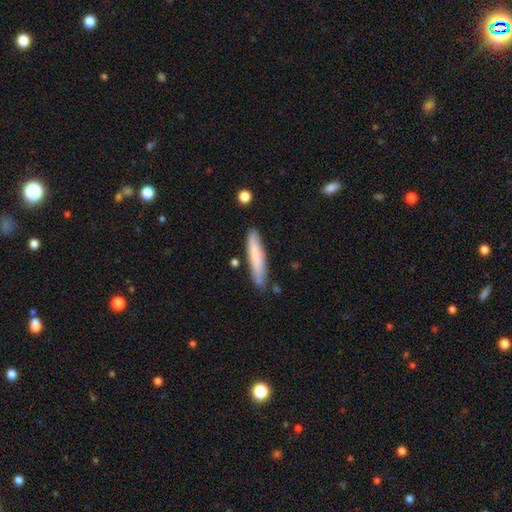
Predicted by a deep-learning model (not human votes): Q: Smooth or featured?
A: smooth (73%); runner-up: featured or disk (21%)
Q: How rounded?
A: cigar-shaped (90%); runner-up: in between (9%)
Q: Merging?
A: none (79%); runner-up: minor disturbance (15%)